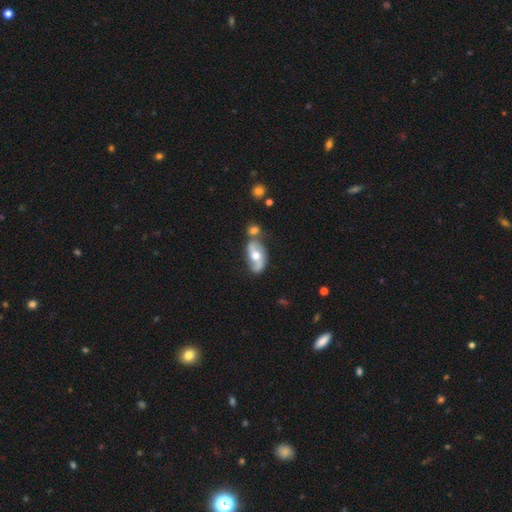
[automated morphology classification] A featured or disk galaxy (66%) with no bar (56%), spiral arms (79%) and a moderate central bulge (77%). Merging: none (56%).